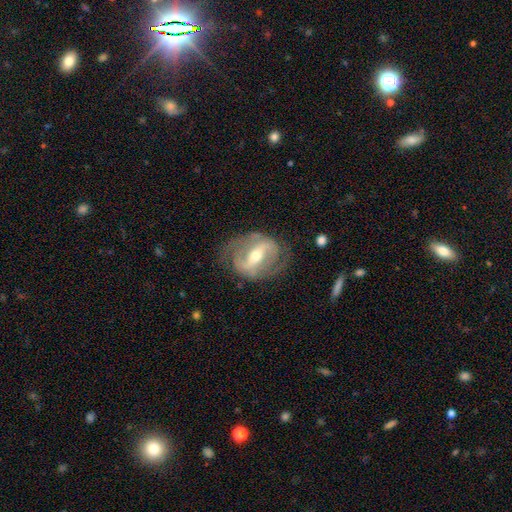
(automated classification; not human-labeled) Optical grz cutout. It shows a featured or disk galaxy (81%) with a strong bar (64%), 2 (78%) medium (42%) spiral arms (74%) and a moderate central bulge (66%). Merging: none (69%).